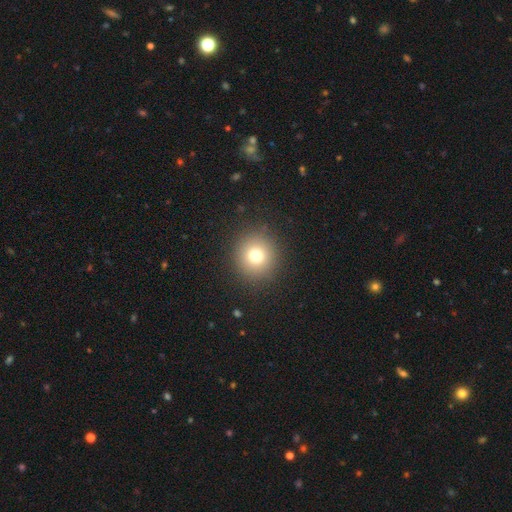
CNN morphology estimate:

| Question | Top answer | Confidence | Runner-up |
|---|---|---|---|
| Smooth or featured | smooth | 76% | star or artifact (14%) |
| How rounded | round | 93% | in between (6%) |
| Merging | none | 90% | minor disturbance (6%) |